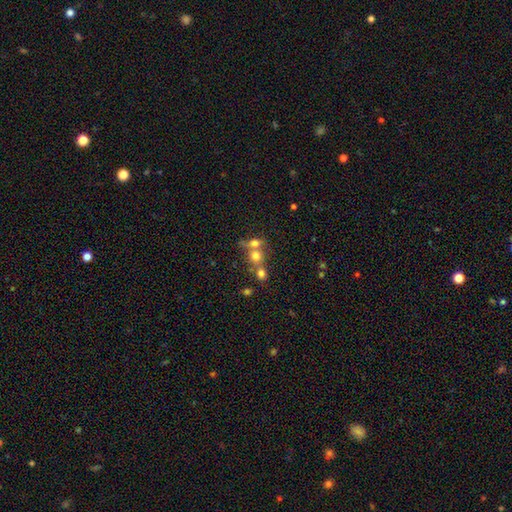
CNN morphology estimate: This is likely a smooth galaxy (69%). How rounded: likely round (79%). Merging: possibly merger (56%).